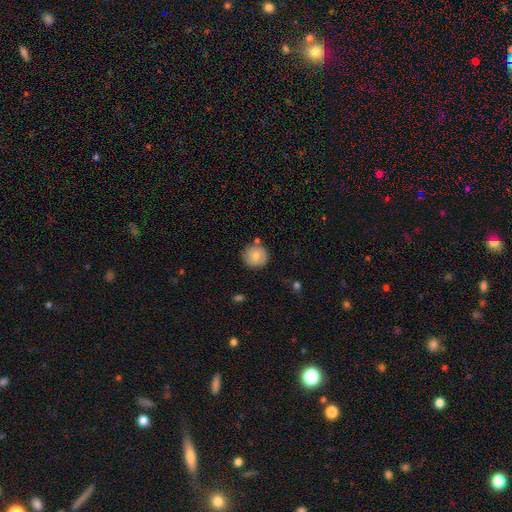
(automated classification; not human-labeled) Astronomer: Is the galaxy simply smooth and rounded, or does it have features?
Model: smooth — 72%.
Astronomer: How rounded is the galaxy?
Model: round — 93%.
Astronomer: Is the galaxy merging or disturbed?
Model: none — 80%.